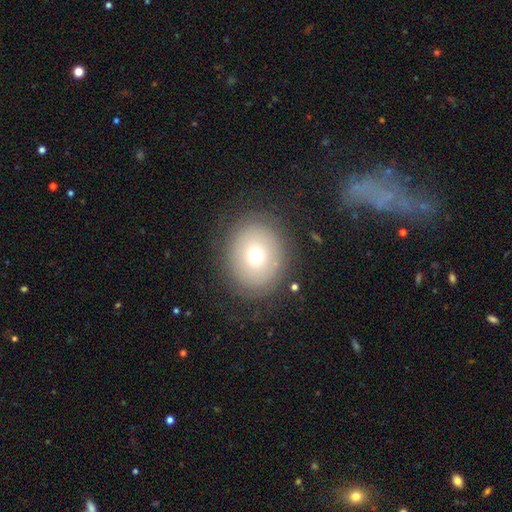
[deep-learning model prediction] This is likely a smooth galaxy (68%). How rounded: likely round (68%). Merging: clearly none (82%).